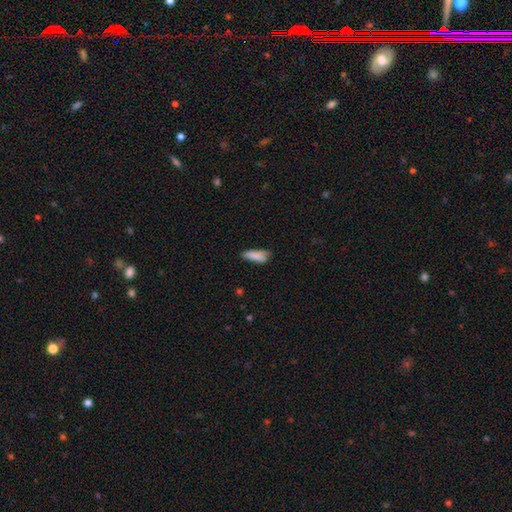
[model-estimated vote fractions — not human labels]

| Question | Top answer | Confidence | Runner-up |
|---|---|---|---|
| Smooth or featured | smooth | 84% | featured or disk (8%) |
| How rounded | in between | 60% | cigar-shaped (38%) |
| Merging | none | 54% | minor disturbance (34%) |